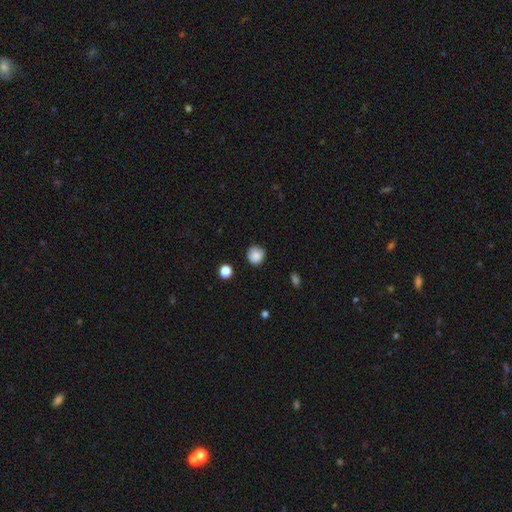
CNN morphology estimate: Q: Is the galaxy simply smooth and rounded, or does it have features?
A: smooth — 87%.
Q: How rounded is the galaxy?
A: round — 90%.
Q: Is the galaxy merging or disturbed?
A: none — 82%.